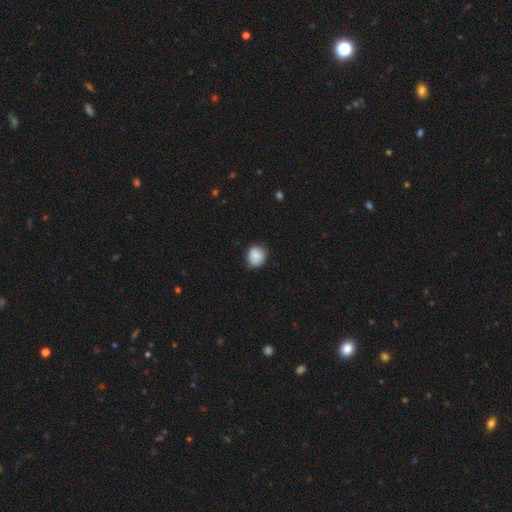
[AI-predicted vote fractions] smooth 80%, featured or disk 12%, star or artifact 8%. Down the decision tree: how rounded — round (78%); merging — none (74%).